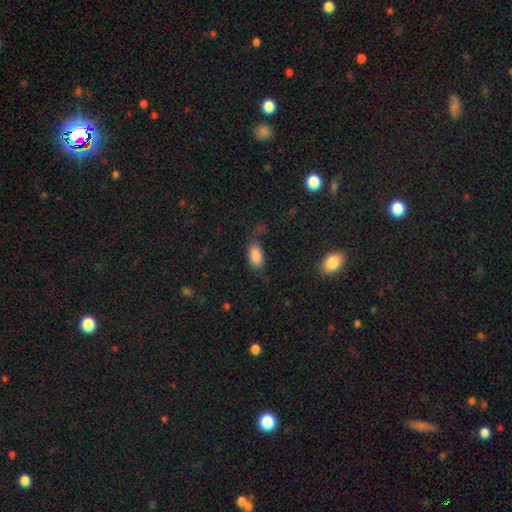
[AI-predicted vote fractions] Smooth or featured? smooth (86%)
How rounded? in between (92%)
Merging? none (69%)